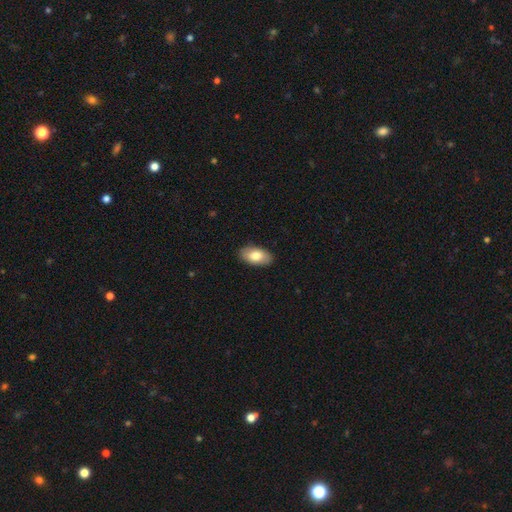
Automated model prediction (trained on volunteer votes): Smooth or featured: smooth — 79% (featured or disk — 15%)
How rounded: in between — 94% (round — 4%)
Merging: none — 88% (minor disturbance — 9%)